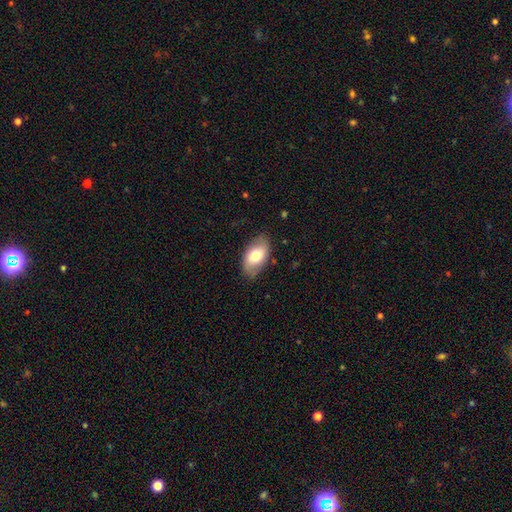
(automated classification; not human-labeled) Smooth or featured?
  - smooth: 70% *
  - featured or disk: 23%
  - star or artifact: 6%
How rounded?
  - in between: 94% *
  - round: 4%
  - cigar-shaped: 2%
Merging?
  - none: 79% *
  - minor disturbance: 16%
  - major disturbance: 3%
  - merger: 1%